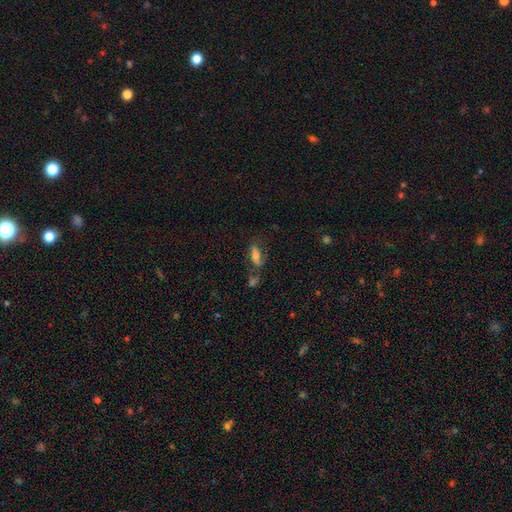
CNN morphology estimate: Smooth or featured: smooth — 58% (featured or disk — 33%)
How rounded: in between — 77% (cigar-shaped — 19%)
Merging: none — 47% (minor disturbance — 19%)